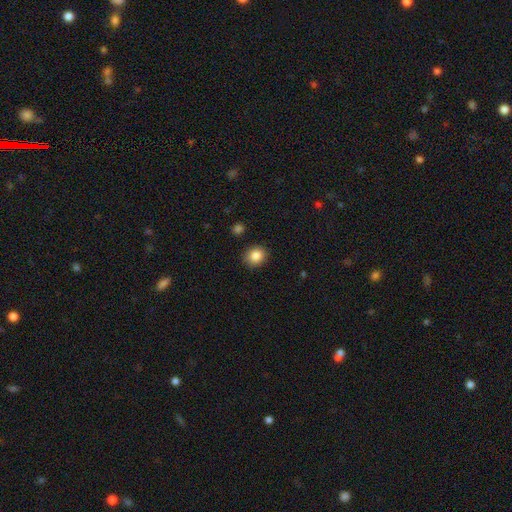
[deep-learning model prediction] Smooth or featured? smooth (86%)
How rounded? round (72%)
Merging? none (90%)